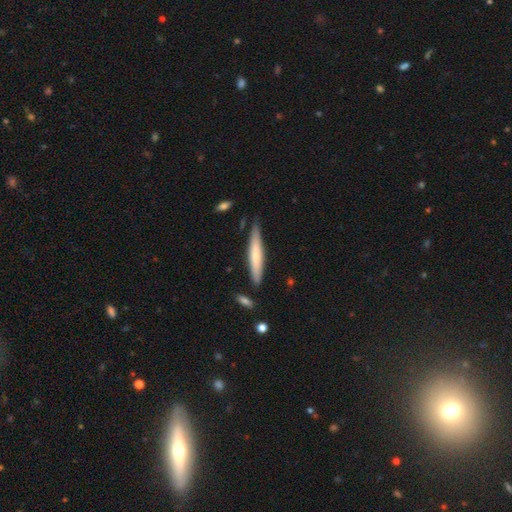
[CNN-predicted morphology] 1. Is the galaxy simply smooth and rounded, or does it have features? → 65% smooth, 30% featured or disk, 5% star or artifact.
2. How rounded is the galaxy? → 90% cigar-shaped, 8% in between, 1% round.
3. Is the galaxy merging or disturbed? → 80% none, 15% minor disturbance, 3% merger, 2% major disturbance.